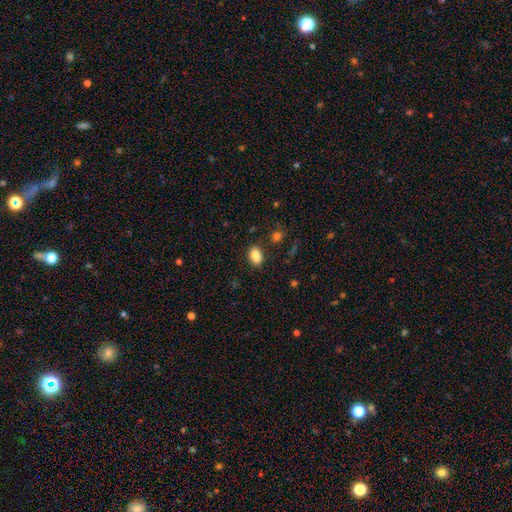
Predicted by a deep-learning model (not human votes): Q: Smooth or featured?
A: smooth (85%); runner-up: star or artifact (9%)
Q: How rounded?
A: in between (87%); runner-up: round (10%)
Q: Merging?
A: none (86%); runner-up: minor disturbance (9%)